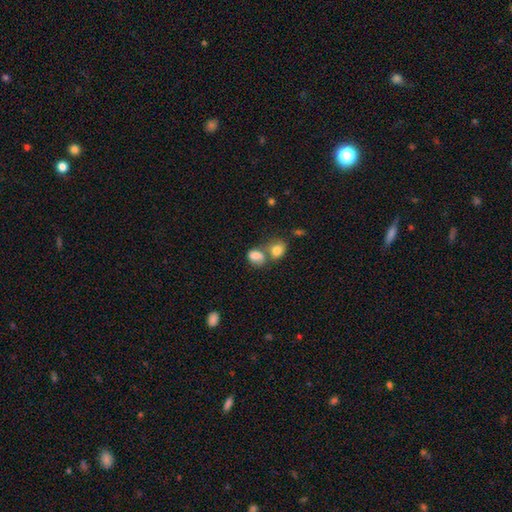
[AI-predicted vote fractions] This appears to be a smooth galaxy with no disk features (78%) that is in between round and cigar-shaped (66%). Merging: merger (52%).